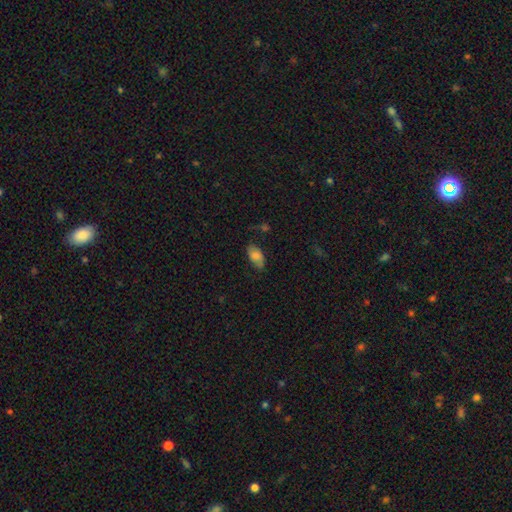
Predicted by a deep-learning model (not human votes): This appears to be a smooth galaxy with no disk features (69%) that is in between round and cigar-shaped (93%). Merging: none (68%).